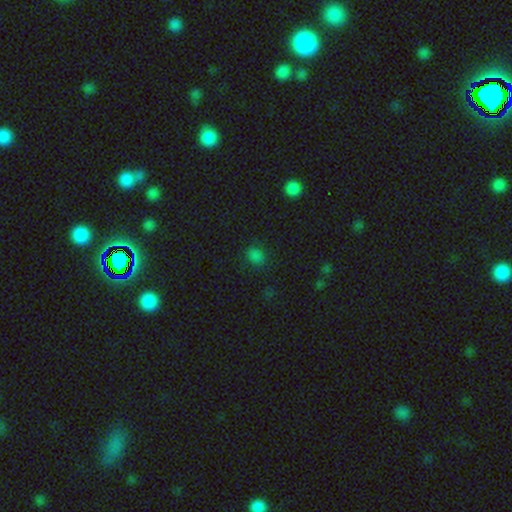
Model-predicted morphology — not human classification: Smooth or featured?
  - smooth: 74% *
  - star or artifact: 22%
  - featured or disk: 4%
How rounded?
  - round: 58% *
  - in between: 41%
  - cigar-shaped: 1%
Merging?
  - none: 81% *
  - minor disturbance: 13%
  - major disturbance: 4%
  - merger: 2%